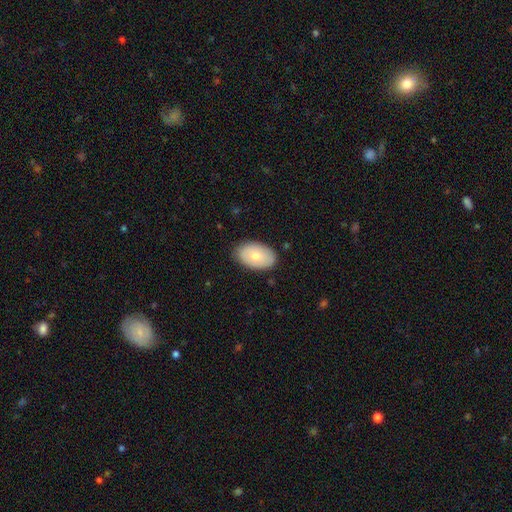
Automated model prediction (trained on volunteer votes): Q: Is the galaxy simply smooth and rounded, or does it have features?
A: smooth — 72%.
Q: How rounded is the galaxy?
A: in between — 91%.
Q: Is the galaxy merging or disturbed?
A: none — 84%.